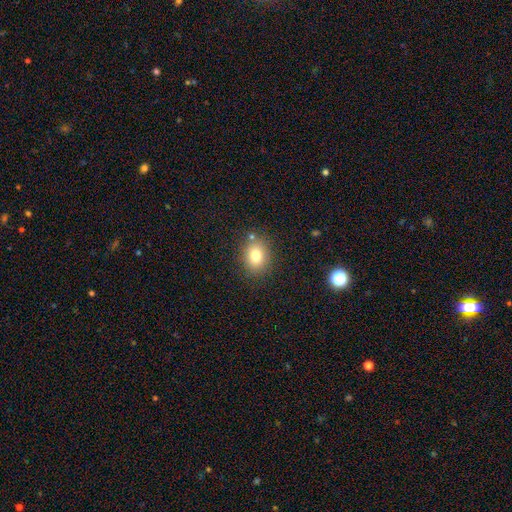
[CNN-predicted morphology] Smooth or featured?
  - smooth: 79% *
  - star or artifact: 11%
  - featured or disk: 10%
How rounded?
  - in between: 51% *
  - round: 48%
  - cigar-shaped: 1%
Merging?
  - none: 82% *
  - minor disturbance: 11%
  - merger: 4%
  - major disturbance: 3%